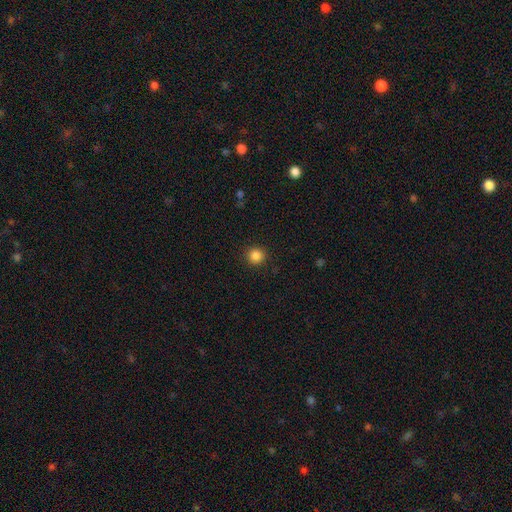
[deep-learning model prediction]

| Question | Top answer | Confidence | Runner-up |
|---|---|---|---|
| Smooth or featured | smooth | 85% | star or artifact (11%) |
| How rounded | round | 93% | in between (6%) |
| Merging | none | 92% | minor disturbance (5%) |